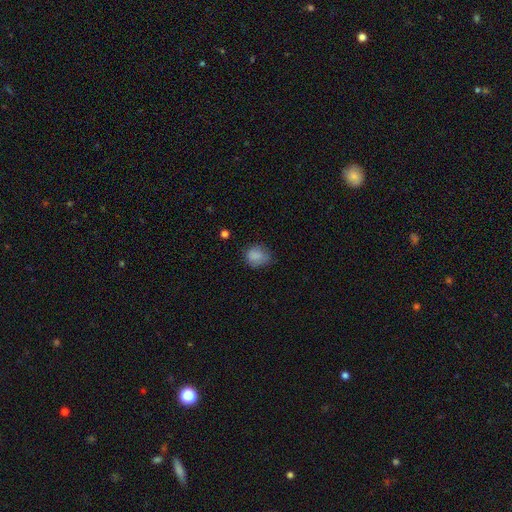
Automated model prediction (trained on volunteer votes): Smooth or featured? smooth (83%)
How rounded? round (56%)
Merging? none (61%)